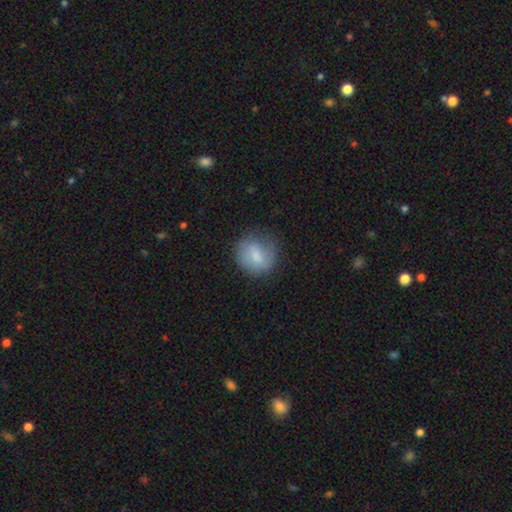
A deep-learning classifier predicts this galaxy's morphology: Q: Smooth or featured?
A: smooth (72%); runner-up: featured or disk (21%)
Q: How rounded?
A: round (79%); runner-up: in between (20%)
Q: Merging?
A: none (69%); runner-up: minor disturbance (21%)